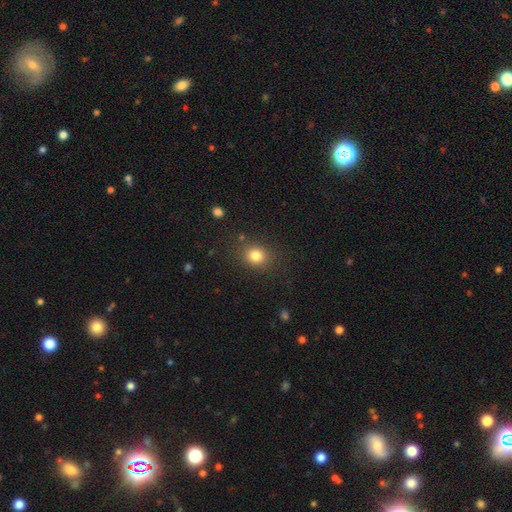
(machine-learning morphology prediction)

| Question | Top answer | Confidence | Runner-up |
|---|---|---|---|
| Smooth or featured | smooth | 82% | star or artifact (12%) |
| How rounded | round | 70% | in between (29%) |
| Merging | none | 83% | minor disturbance (10%) |